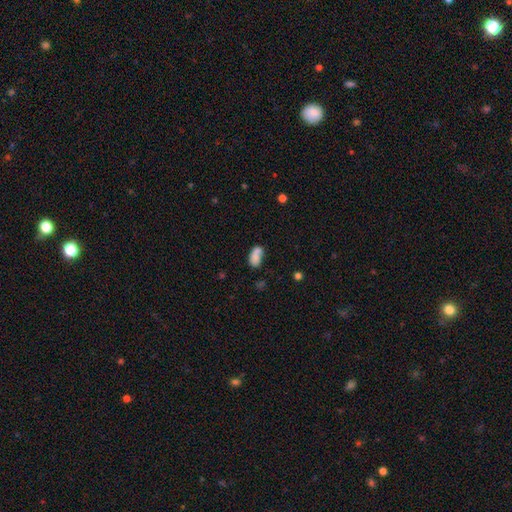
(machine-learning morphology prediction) This is likely a smooth galaxy (75%). How rounded: clearly in between (88%). Merging: marginally merger (37%).